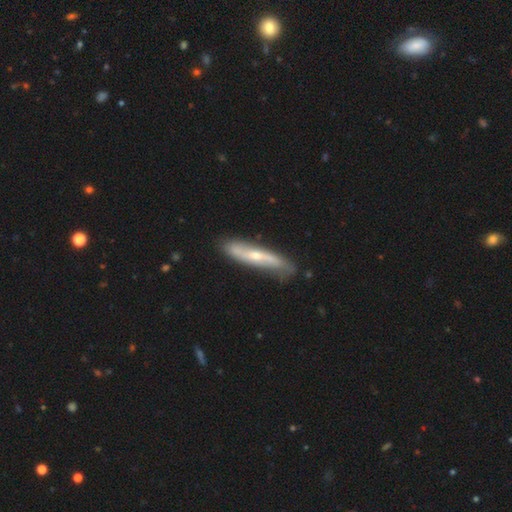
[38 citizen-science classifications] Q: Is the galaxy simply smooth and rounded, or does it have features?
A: featured or disk — 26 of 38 (68%).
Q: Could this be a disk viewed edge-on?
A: no — 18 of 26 (69%).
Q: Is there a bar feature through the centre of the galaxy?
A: no — 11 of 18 (61%).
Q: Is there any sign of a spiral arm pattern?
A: yes — 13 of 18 (72%).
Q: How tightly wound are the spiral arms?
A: medium — 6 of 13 (46%).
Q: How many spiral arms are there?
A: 2 — 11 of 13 (85%).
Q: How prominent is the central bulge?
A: small — 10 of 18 (56%).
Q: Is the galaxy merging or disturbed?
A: none — 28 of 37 (76%).